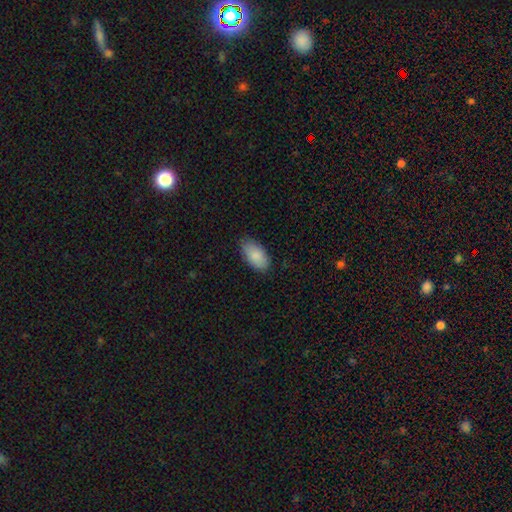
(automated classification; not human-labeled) Smooth or featured?
  - smooth: 88% *
  - star or artifact: 6%
  - featured or disk: 6%
How rounded?
  - in between: 95% *
  - cigar-shaped: 3%
  - round: 3%
Merging?
  - none: 80% *
  - minor disturbance: 16%
  - major disturbance: 3%
  - merger: 1%